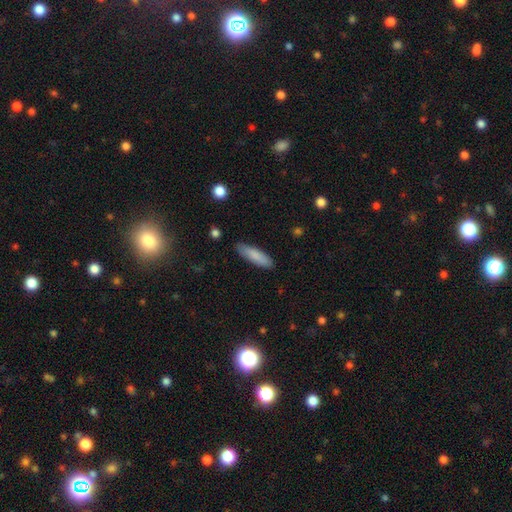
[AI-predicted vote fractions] Overall: smooth (85%). How rounded: cigar-shaped (61%; in between 38%). Merging: none (85%).